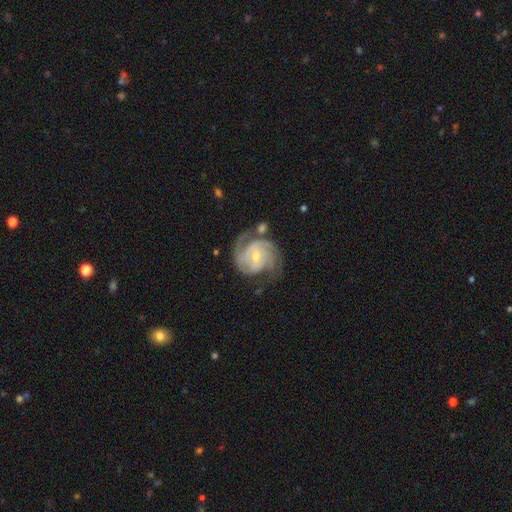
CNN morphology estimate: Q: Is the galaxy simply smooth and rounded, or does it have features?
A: featured or disk — 90%.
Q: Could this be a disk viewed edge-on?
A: no — 98%.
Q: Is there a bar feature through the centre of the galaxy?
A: weak — 48%.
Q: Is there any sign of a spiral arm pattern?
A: yes — 98%.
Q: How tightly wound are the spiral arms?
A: tight — 57%.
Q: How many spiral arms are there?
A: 2 — 49%.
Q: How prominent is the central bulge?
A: small — 51%.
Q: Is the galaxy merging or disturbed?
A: none — 64%.